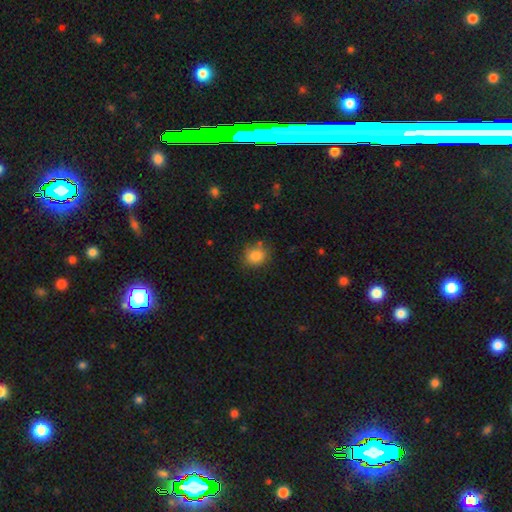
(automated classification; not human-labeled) Smooth or featured? Predicted: smooth (p=0.85). How rounded? Predicted: round (p=0.76). Merging? Predicted: none (p=0.78).